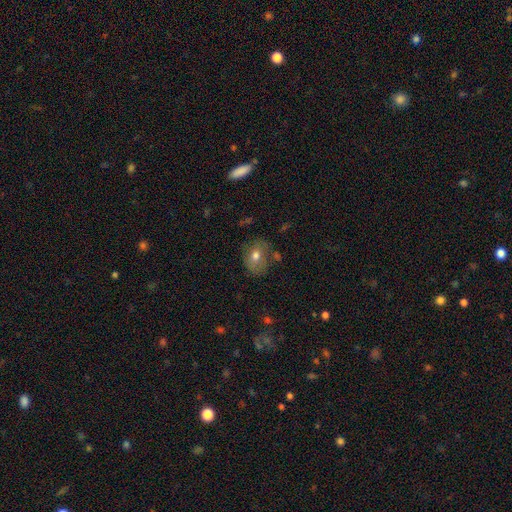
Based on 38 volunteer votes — Smooth or featured: smooth — 68% (featured or disk — 29%)
How rounded: round — 65% (in between — 35%)
Merging: none — 54% (minor disturbance — 30%)